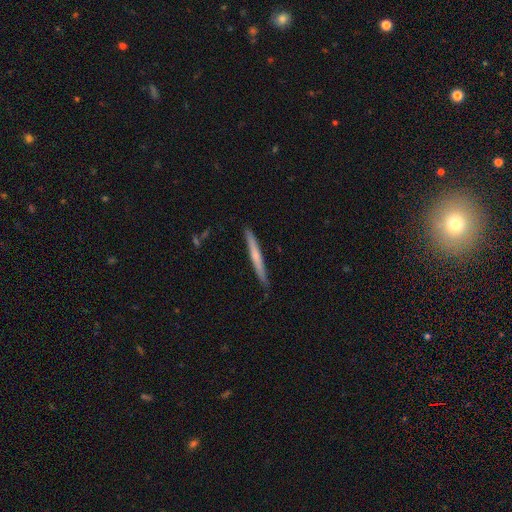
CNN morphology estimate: Smooth or featured? smooth (49%)
Merging? none (87%)